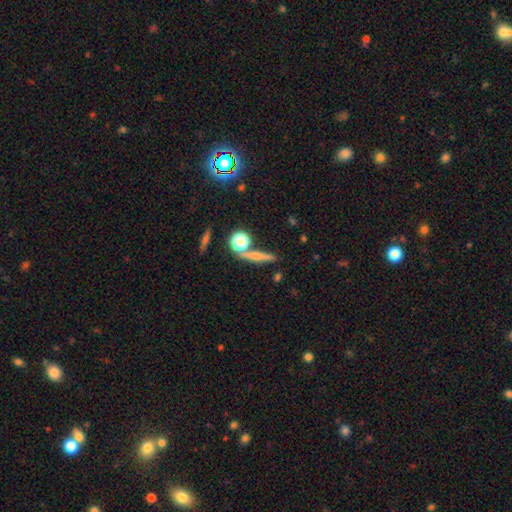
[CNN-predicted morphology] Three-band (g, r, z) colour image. It shows a smooth galaxy with no disk features (47%). Merging: none (75%).